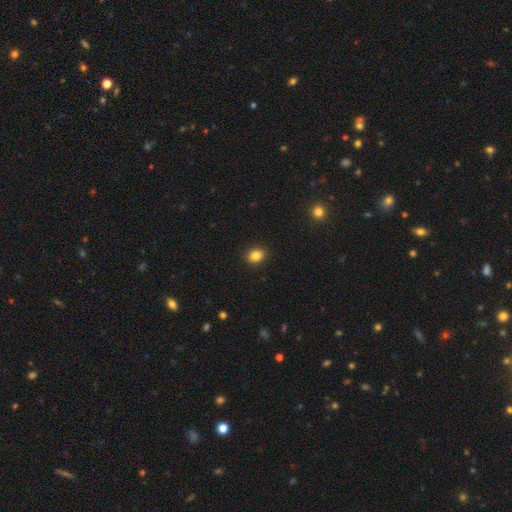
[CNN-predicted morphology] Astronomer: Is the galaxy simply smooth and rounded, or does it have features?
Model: smooth — 86%.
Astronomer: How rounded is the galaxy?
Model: round — 50% (runner-up: in between, 49%).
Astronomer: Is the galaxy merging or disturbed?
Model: none — 91%.